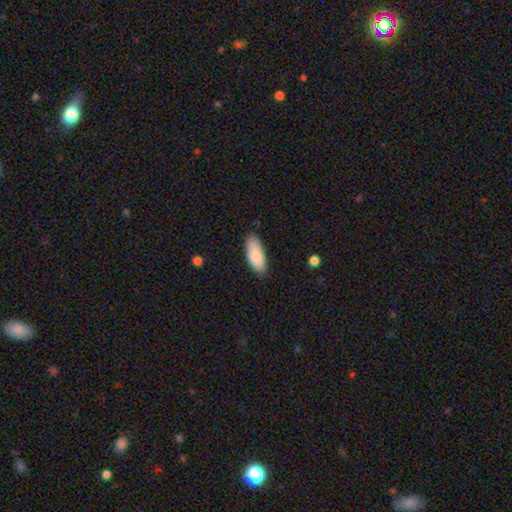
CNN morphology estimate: smooth 88%, featured or disk 7%, star or artifact 5%. Down the decision tree: how rounded — in between (83%); merging — none (82%).